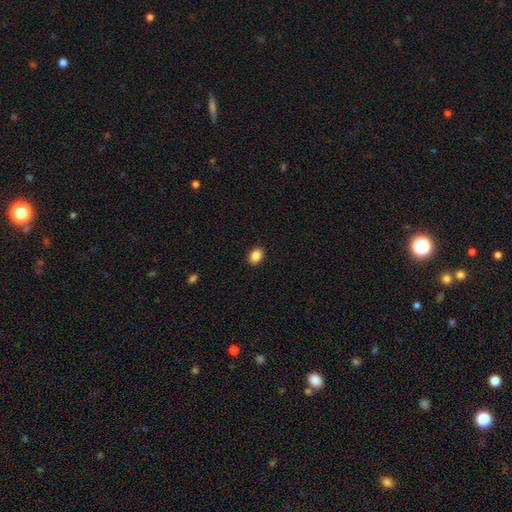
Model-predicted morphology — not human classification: This appears to be a smooth galaxy with no disk features (88%) that is in between round and cigar-shaped (70%). Merging: none (91%).